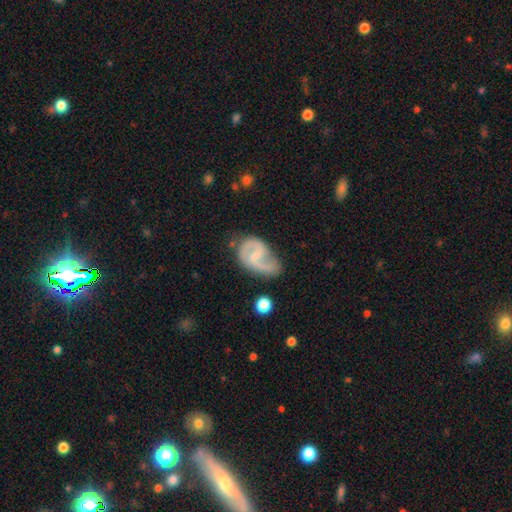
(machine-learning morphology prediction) Smooth or featured? Predicted: featured or disk (p=0.81). Edge-on disk? Predicted: no (p=0.98). Bar? Predicted: weak (p=0.52). Spiral arms? Predicted: yes (p=0.92). Spiral winding? Predicted: medium (p=0.48). Spiral arm count? Predicted: 2 (p=0.82). Bulge size? Predicted: small (p=0.56). Merging? Predicted: none (p=0.55).